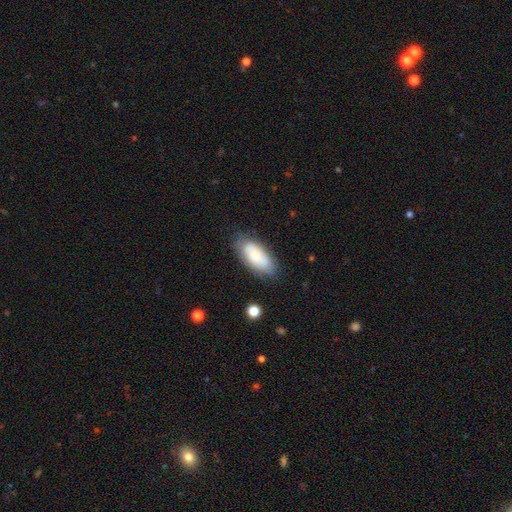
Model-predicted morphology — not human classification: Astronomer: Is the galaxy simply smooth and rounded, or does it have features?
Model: smooth — 69%.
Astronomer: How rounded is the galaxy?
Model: in between — 90%.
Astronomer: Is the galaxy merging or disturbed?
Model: none — 74%.